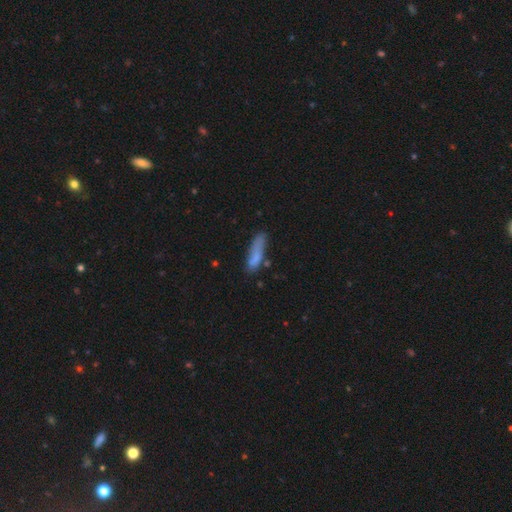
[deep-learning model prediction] smooth 76%, featured or disk 15%, star or artifact 8%. Down the decision tree: how rounded — cigar-shaped (74%); merging — none (60%).